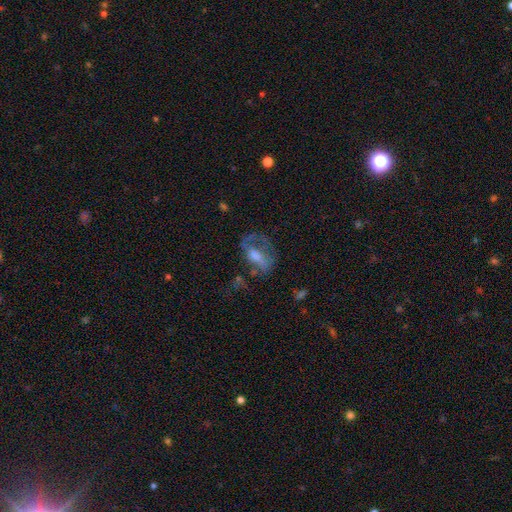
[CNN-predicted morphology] A featured or disk galaxy (59%) with no bar (48%), no spiral arms (56%) and a moderate central bulge (42%).

Vote fractions:
- Smooth or featured? featured or disk: 59% / smooth: 29% / star or artifact: 12%
- Edge-on disk? no: 93% / yes: 7%
- Bar? no: 48% / weak: 34% / strong: 18%
- Spiral arms? no: 56% / yes: 44%
- Bulge size? moderate: 42% / small: 24% / none: 16% / large: 16% / dominant: 2%
- Merging? none: 40% / major disturbance: 35% / minor disturbance: 20% / merger: 5%